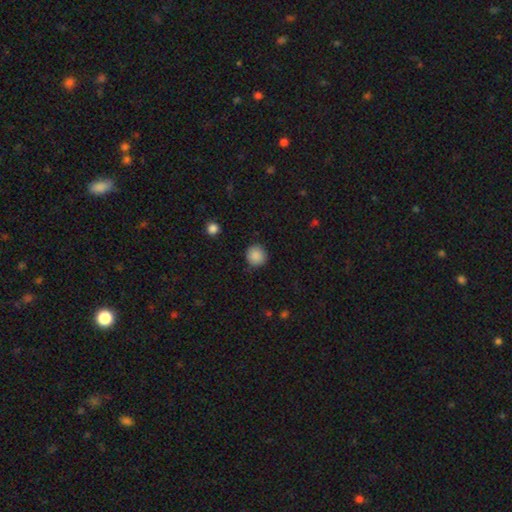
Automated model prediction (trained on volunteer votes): This is clearly a smooth galaxy (88%). How rounded: clearly round (93%). Merging: clearly none (88%).